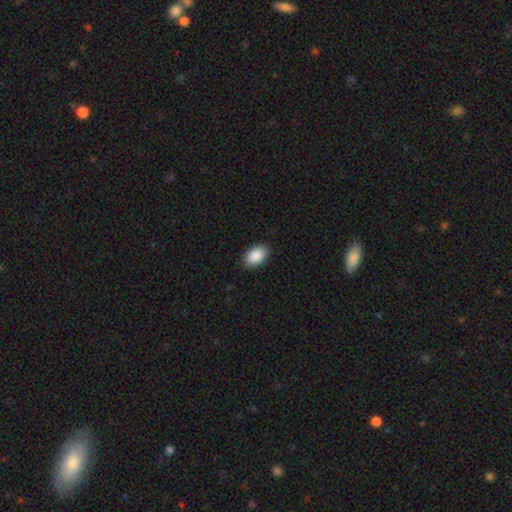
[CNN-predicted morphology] Overall: smooth (90%). How rounded: in between (93%). Merging: none (88%).